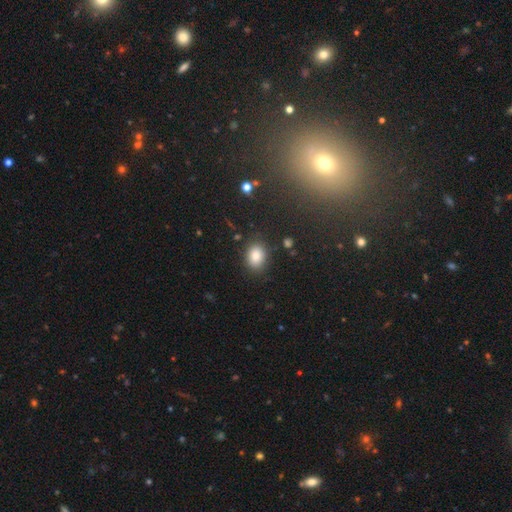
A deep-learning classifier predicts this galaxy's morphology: smooth_or_featured: smooth (p=0.82) [alt: star or artifact p=0.11]
how_rounded: in between (p=0.61) [alt: round p=0.37]
merging: none (p=0.84) [alt: minor disturbance p=0.10]